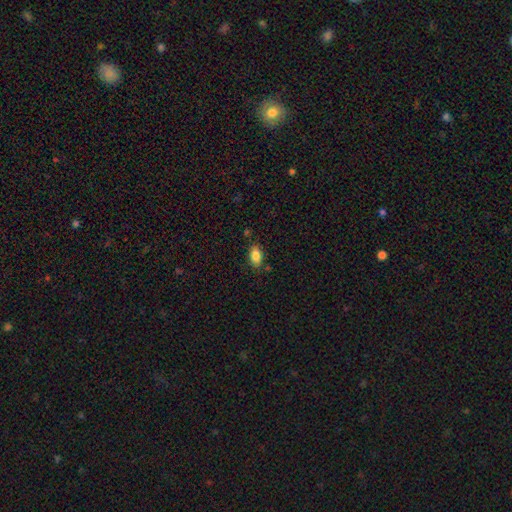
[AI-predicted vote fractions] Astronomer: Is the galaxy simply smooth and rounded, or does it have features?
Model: smooth — 85%.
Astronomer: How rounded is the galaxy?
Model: in between — 91%.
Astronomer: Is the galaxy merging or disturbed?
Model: none — 80%.